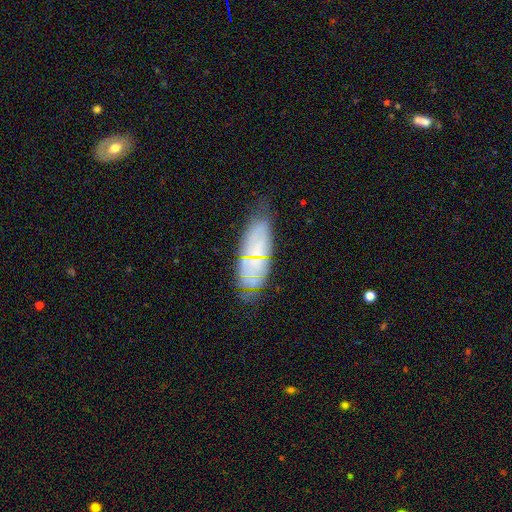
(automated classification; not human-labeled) smooth-or-featured: featured or disk: 51% | smooth: 36% | star or artifact: 14%
  disk-edge-on: no: 77% | yes: 23%
  merging: none: 72% | minor disturbance: 20% | major disturbance: 5% | merger: 3%